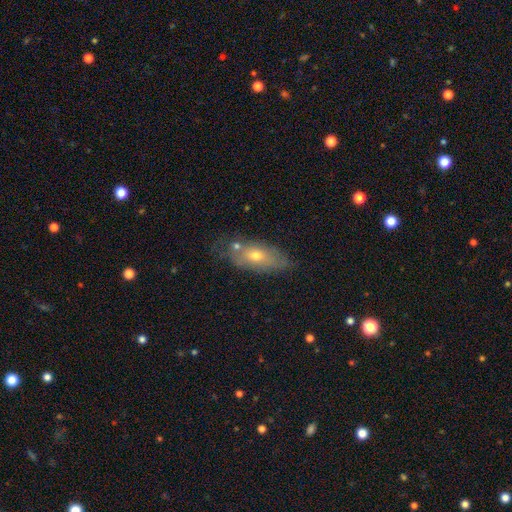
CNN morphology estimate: Overall: smooth (56%; featured or disk 35%). How rounded: in between (81%). Merging: none (57%; minor disturbance 24%).